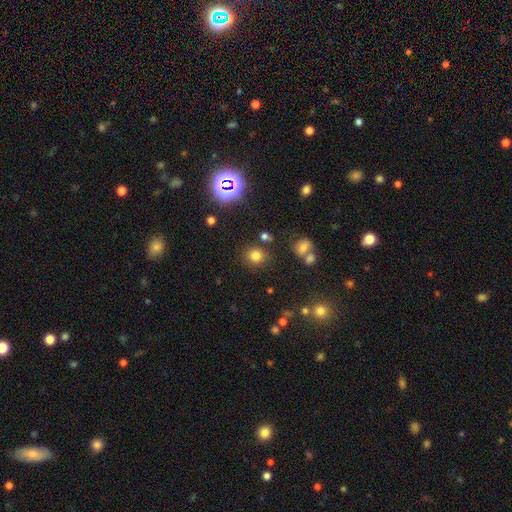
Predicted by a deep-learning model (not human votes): Overall: smooth (75%). How rounded: round (84%). Merging: none (82%).